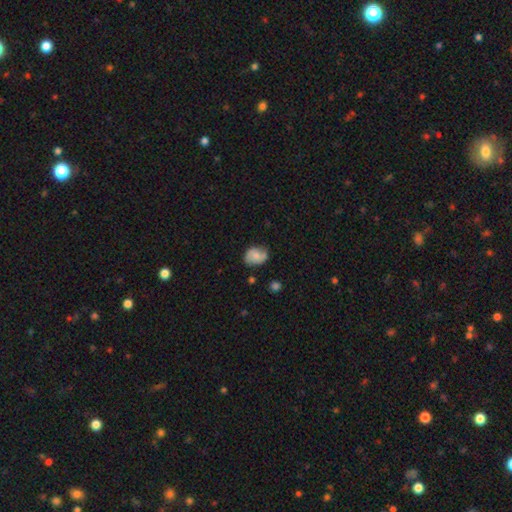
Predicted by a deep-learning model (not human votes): The model was most divided on "smooth or featured": smooth: 47%, featured or disk: 45%, star or artifact: 8%. More confident: merging — none (68%).